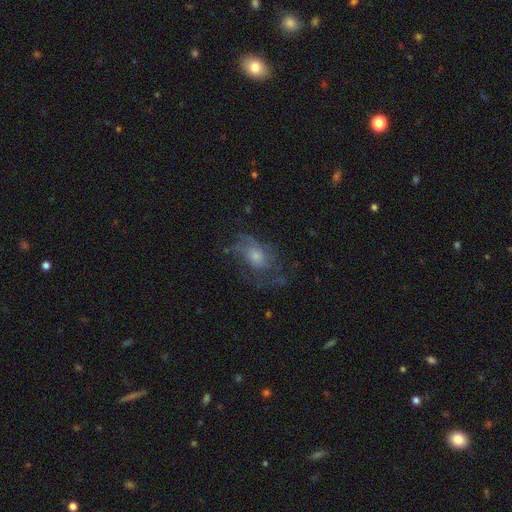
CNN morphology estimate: Smooth or featured?
  - featured or disk: 59% *
  - smooth: 27%
  - star or artifact: 13%
Edge-on disk?
  - no: 95% *
  - yes: 5%
Bar?
  - no: 77% *
  - weak: 20%
  - strong: 3%
Spiral arms?
  - yes: 70% *
  - no: 30%
Bulge size?
  - moderate: 46% *
  - small: 34%
  - large: 11%
  - none: 7%
  - dominant: 2%
Merging?
  - none: 52% *
  - major disturbance: 26%
  - minor disturbance: 20%
  - merger: 2%